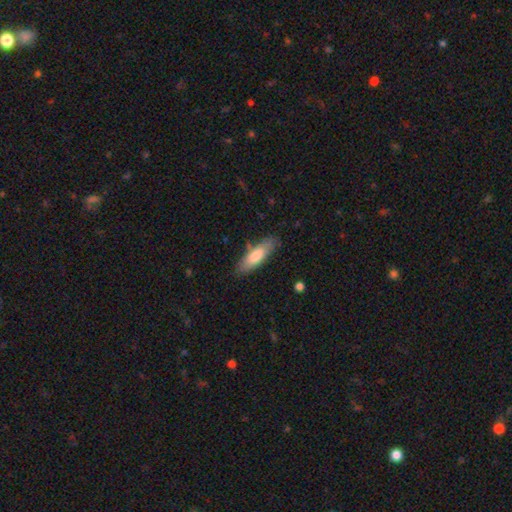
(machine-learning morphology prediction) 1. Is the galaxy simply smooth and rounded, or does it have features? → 76% smooth, 19% featured or disk, 5% star or artifact.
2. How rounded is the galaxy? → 52% cigar-shaped, 47% in between, 2% round.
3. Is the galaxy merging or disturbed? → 81% none, 14% minor disturbance, 3% major disturbance, 2% merger.